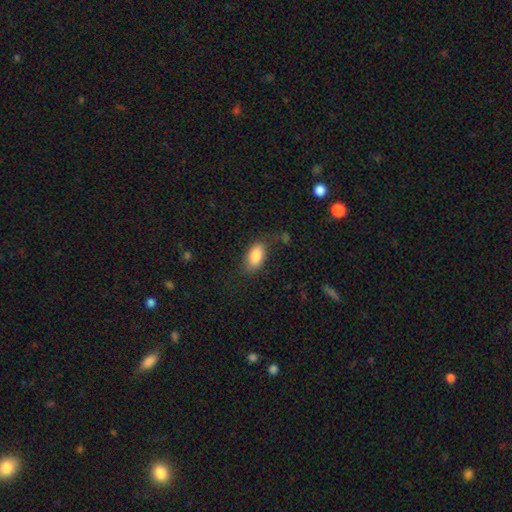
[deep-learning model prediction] smooth 85%, featured or disk 8%, star or artifact 7%. Down the decision tree: how rounded — in between (92%); merging — none (75%).